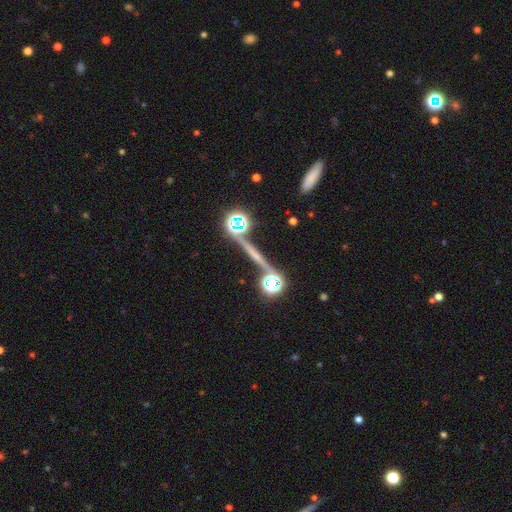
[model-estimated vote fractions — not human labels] A star or artifact, not a galaxy (43%).

Vote fractions:
- Smooth or featured? star or artifact: 43% / featured or disk: 35% / smooth: 23%